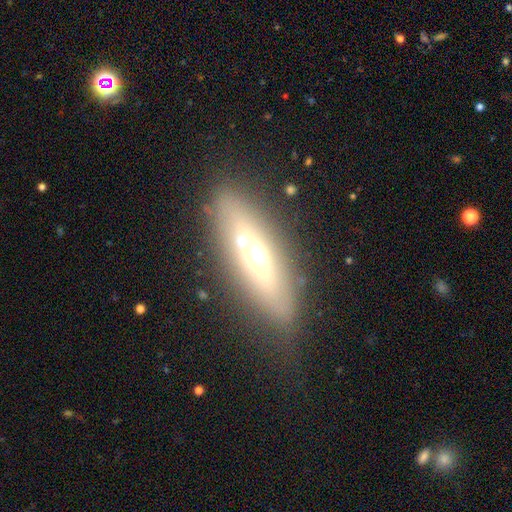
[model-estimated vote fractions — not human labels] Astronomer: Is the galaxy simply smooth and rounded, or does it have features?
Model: featured or disk — 48% (runner-up: smooth, 41%).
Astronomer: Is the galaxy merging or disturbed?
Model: none — 69%.